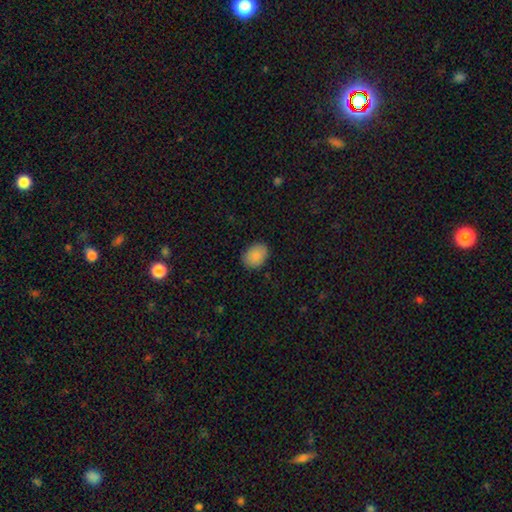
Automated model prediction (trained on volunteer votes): A smooth galaxy with no disk features (88%) that is in between round and cigar-shaped (69%). Merging: none (86%).